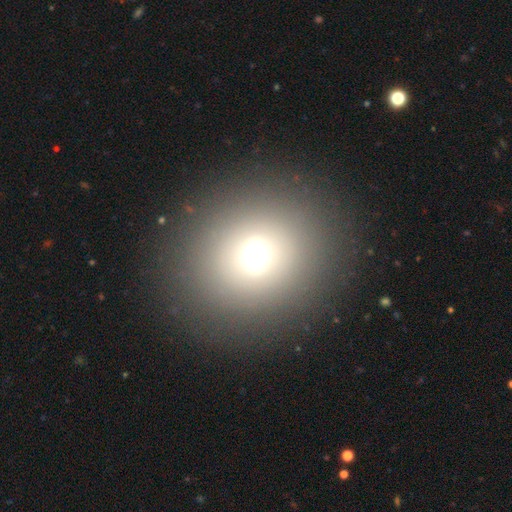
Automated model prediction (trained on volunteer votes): Overall: smooth (62%; star or artifact 23%). How rounded: round (78%). Merging: none (86%).